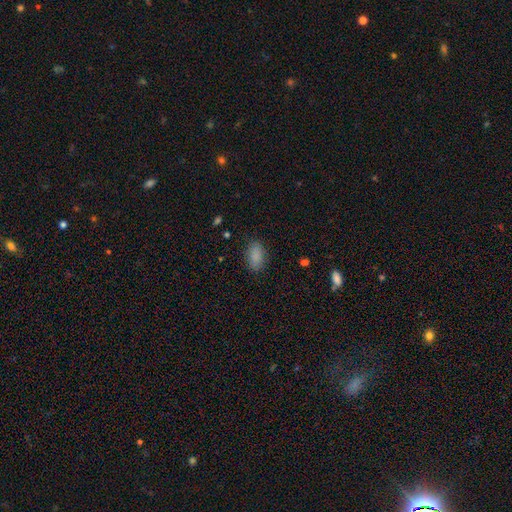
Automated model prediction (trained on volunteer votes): Smooth or featured? smooth (88%)
How rounded? in between (91%)
Merging? none (85%)